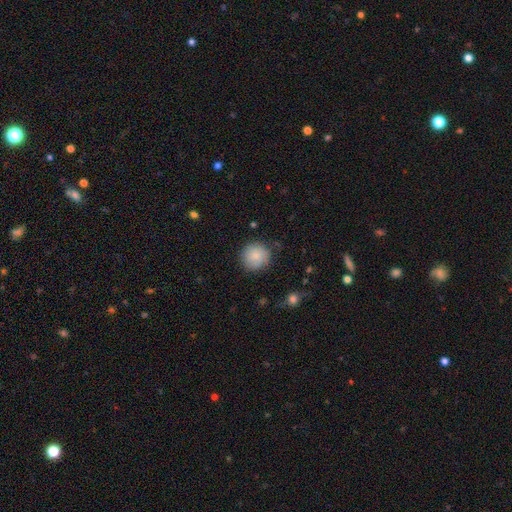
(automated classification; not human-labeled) Smooth or featured? Predicted: smooth (p=0.84). How rounded? Predicted: round (p=0.92). Merging? Predicted: none (p=0.79).